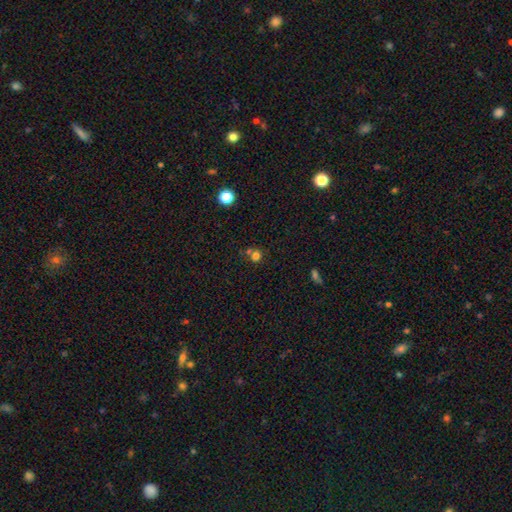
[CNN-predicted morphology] This appears to be a smooth galaxy with no disk features (71%) that is round (80%). Merging: none (50%).